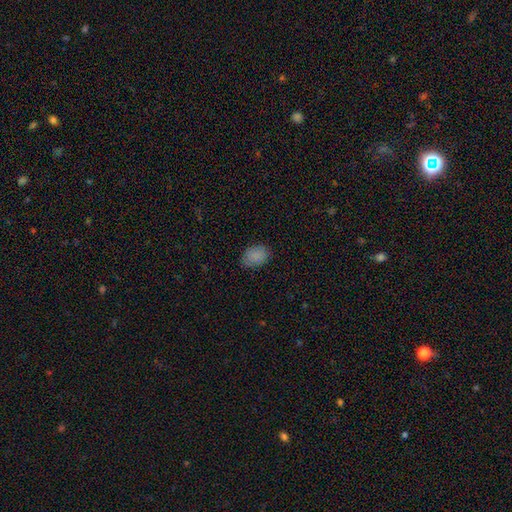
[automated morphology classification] Smooth or featured? Predicted: smooth (p=0.86). How rounded? Predicted: in between (p=0.80). Merging? Predicted: none (p=0.80).